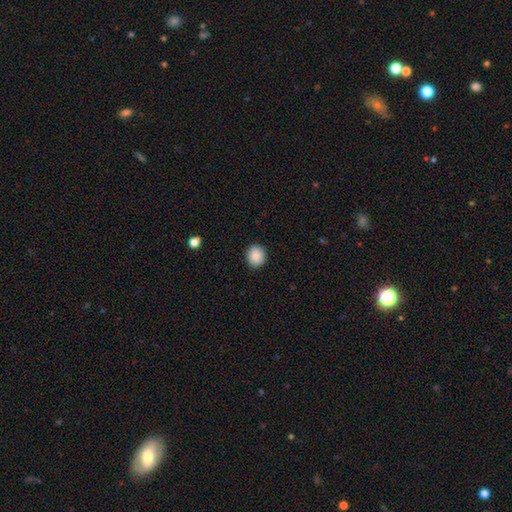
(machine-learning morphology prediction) Overall: smooth (89%). How rounded: round (75%). Merging: none (90%).